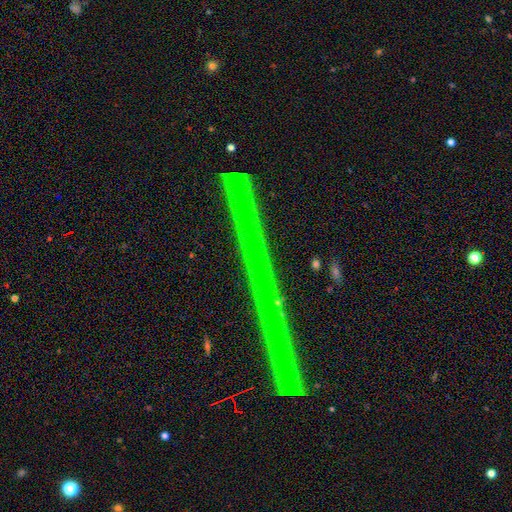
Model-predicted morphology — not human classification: Smooth or featured? Predicted: star or artifact (p=0.57).